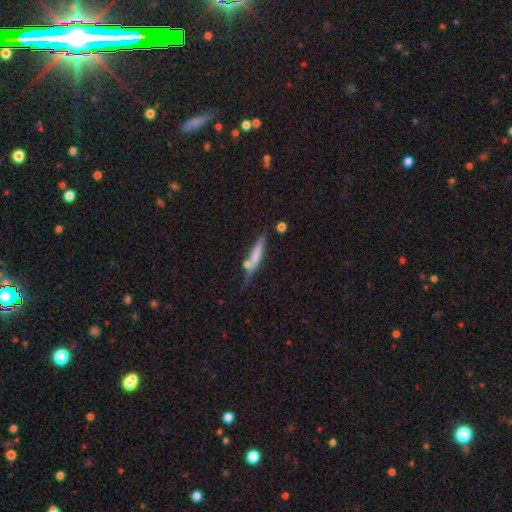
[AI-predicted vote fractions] Smooth or featured? Predicted: smooth (p=0.54). How rounded? Predicted: cigar-shaped (p=0.88). Merging? Predicted: none (p=0.60).